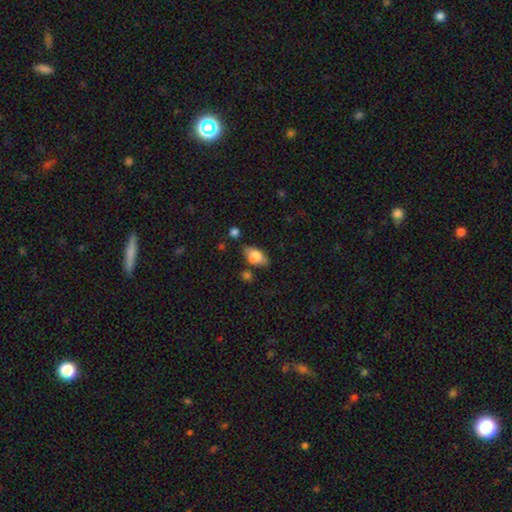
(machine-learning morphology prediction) Q: Smooth or featured?
A: smooth (71%); runner-up: featured or disk (21%)
Q: How rounded?
A: in between (85%); runner-up: round (8%)
Q: Merging?
A: none (68%); runner-up: minor disturbance (20%)